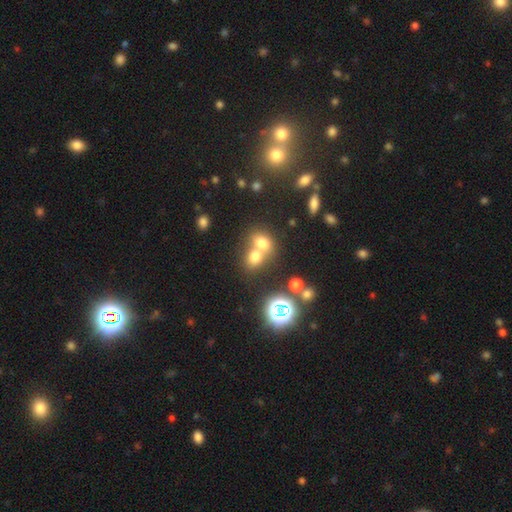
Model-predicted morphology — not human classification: Smooth or featured: smooth — 67% (star or artifact — 20%)
How rounded: round — 55% (in between — 44%)
Merging: merger — 57% (none — 33%)